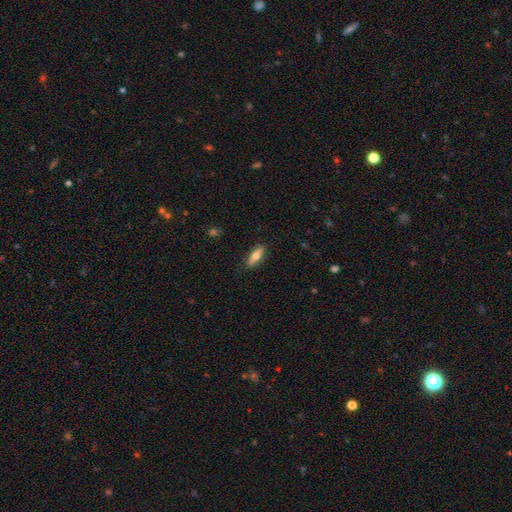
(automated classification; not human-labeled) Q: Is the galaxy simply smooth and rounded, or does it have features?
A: smooth — 59%.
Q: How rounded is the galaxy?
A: in between — 60%.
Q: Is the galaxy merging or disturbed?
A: none — 82%.